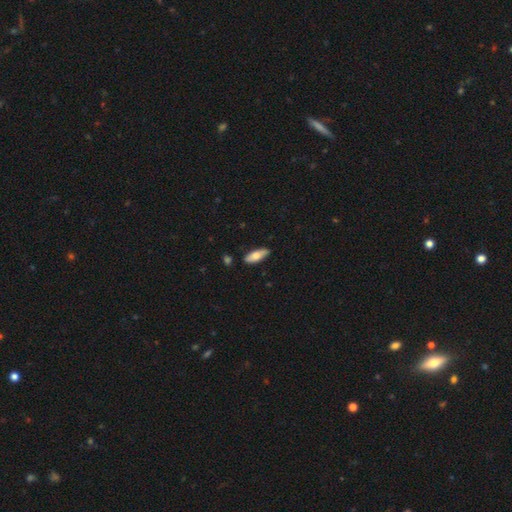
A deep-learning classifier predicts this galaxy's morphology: Smooth or featured?
  - smooth: 74% *
  - featured or disk: 21%
  - star or artifact: 6%
How rounded?
  - in between: 69% *
  - cigar-shaped: 29%
  - round: 2%
Merging?
  - none: 82% *
  - minor disturbance: 14%
  - major disturbance: 2%
  - merger: 2%